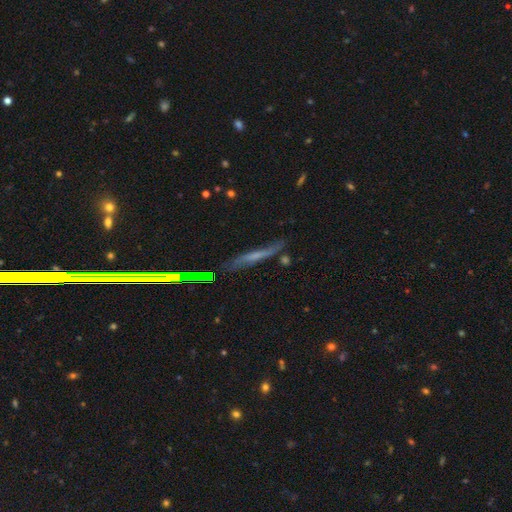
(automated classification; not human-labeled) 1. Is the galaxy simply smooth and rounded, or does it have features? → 45% featured or disk, 38% smooth, 17% star or artifact.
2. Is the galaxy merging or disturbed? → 65% none, 22% minor disturbance, 8% major disturbance, 5% merger.